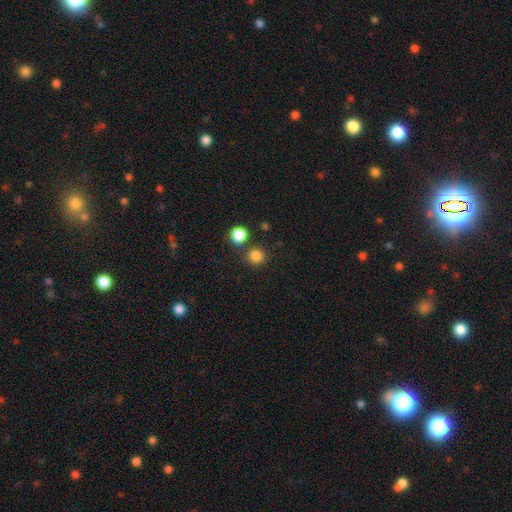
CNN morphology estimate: This appears to be a smooth galaxy with no disk features (84%) that is round (93%). Merging: none (80%).